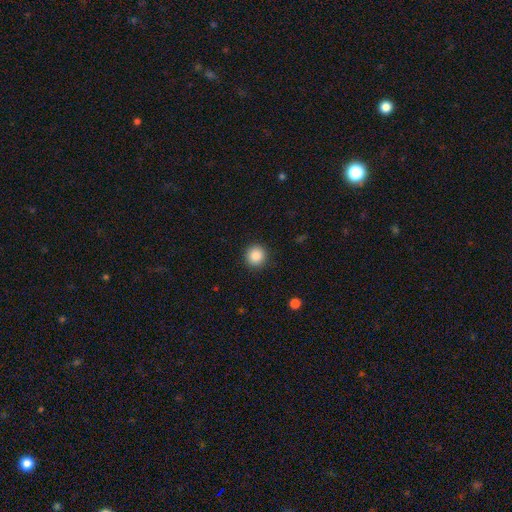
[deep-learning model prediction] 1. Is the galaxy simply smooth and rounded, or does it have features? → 88% smooth, 9% star or artifact, 3% featured or disk.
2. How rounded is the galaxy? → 94% round, 5% in between, 1% cigar-shaped.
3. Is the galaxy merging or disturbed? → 92% none, 5% minor disturbance, 2% major disturbance, 1% merger.